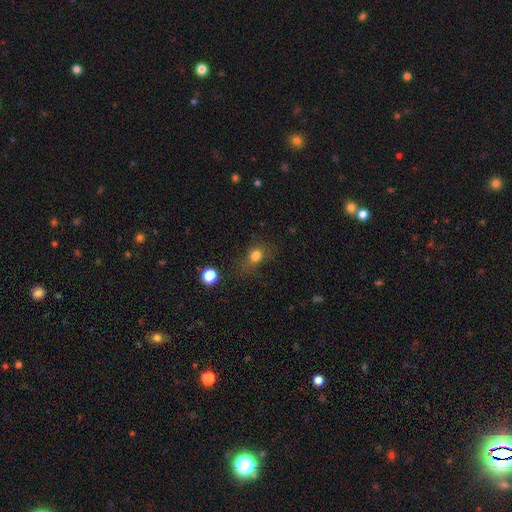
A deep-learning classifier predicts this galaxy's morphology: This appears to be a smooth galaxy with no disk features (78%) that is round (59%). Merging: none (62%).